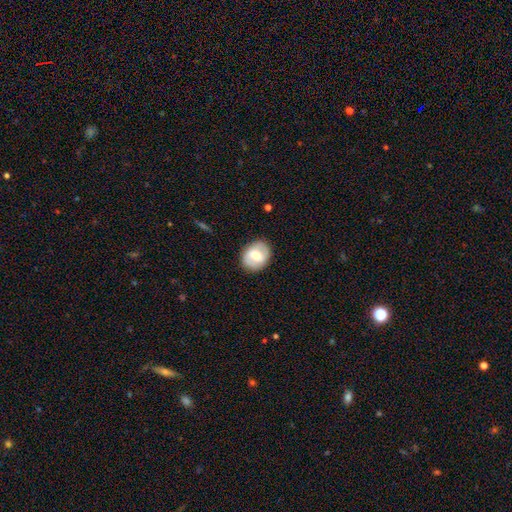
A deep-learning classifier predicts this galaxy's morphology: Smooth or featured?
  - smooth: 52% *
  - featured or disk: 41%
  - star or artifact: 7%
How rounded?
  - round: 59% *
  - in between: 40%
  - cigar-shaped: 1%
Merging?
  - none: 87% *
  - minor disturbance: 10%
  - major disturbance: 3%
  - merger: 1%